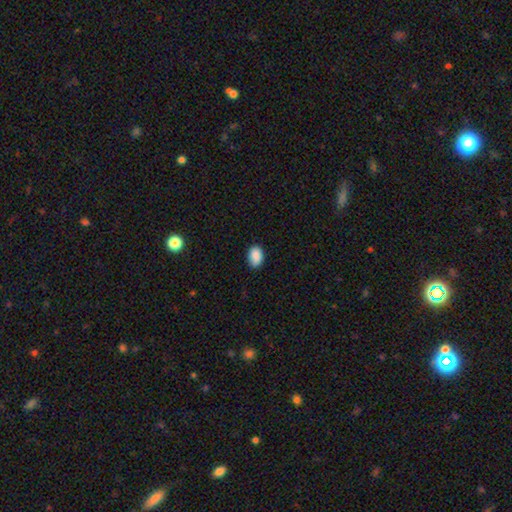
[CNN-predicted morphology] A smooth galaxy with no disk features (88%) that is in between round and cigar-shaped (84%).

Vote fractions:
- Smooth or featured? smooth: 88% / star or artifact: 8% / featured or disk: 4%
- How rounded? in between: 84% / round: 15% / cigar-shaped: 1%
- Merging? none: 82% / minor disturbance: 15% / major disturbance: 2% / merger: 1%